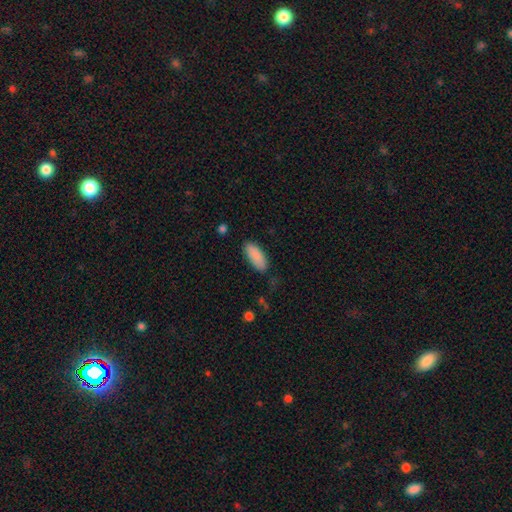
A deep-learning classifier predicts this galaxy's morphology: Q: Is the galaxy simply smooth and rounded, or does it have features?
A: smooth — 90%.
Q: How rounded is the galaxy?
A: in between — 79%.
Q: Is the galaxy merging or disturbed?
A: none — 84%.